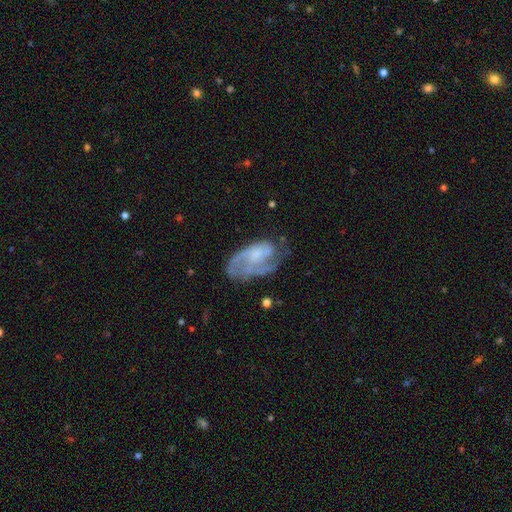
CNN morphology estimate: type=featured or disk (73%); edge-on=no (96%); bar=no (66%); spiral arms=yes (86%); winding=medium (42%); arm count=2 (36%); bulge=small (36%); merging=none (49%).